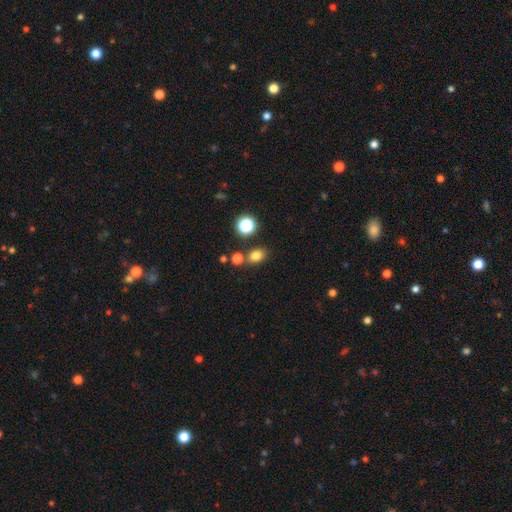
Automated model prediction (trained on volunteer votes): Q: Smooth or featured?
A: smooth (79%); runner-up: star or artifact (15%)
Q: How rounded?
A: in between (59%); runner-up: round (40%)
Q: Merging?
A: none (74%); runner-up: merger (12%)